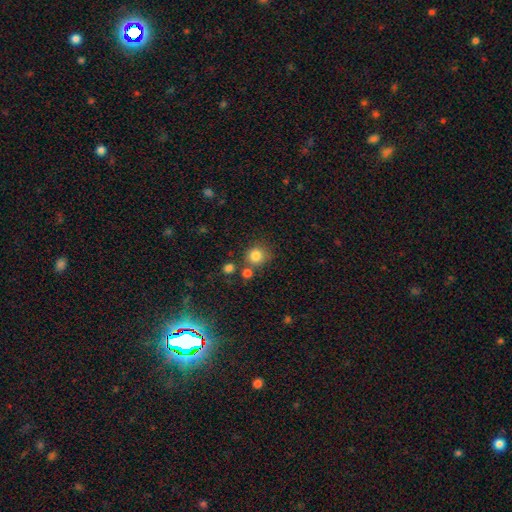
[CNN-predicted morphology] Smooth or featured? smooth (82%)
How rounded? round (89%)
Merging? none (69%)